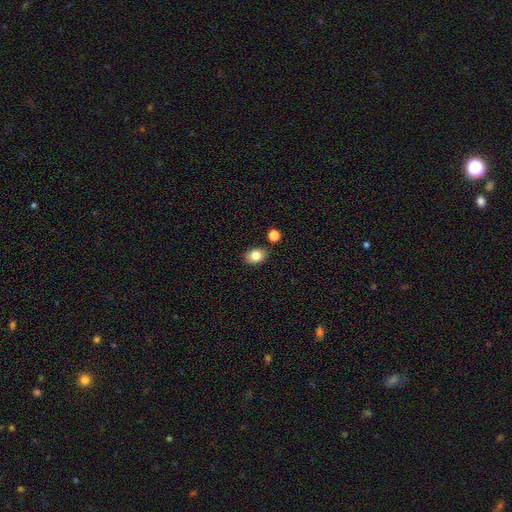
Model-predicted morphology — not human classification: Smooth or featured: smooth — 82% (star or artifact — 9%)
How rounded: in between — 68% (round — 31%)
Merging: none — 82% (minor disturbance — 10%)